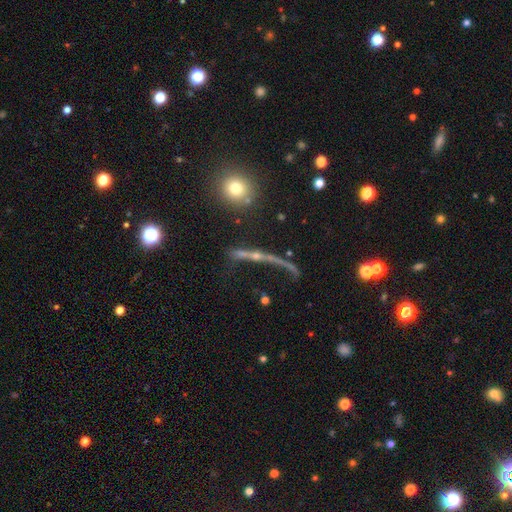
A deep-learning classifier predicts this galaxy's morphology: This appears to be a featured or disk galaxy (65%) viewed edge-on (77%) with a rounded central bulge (63%). Merging: none (50%).